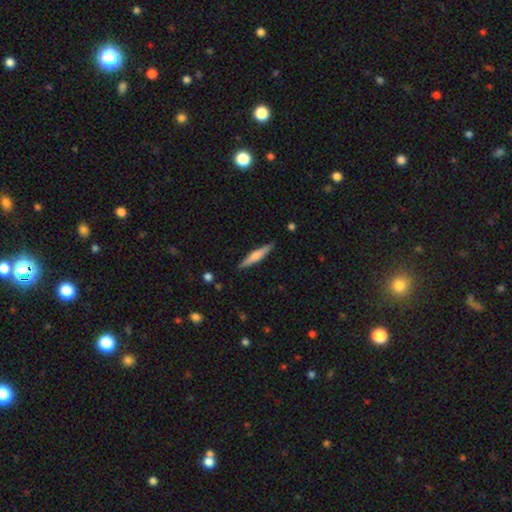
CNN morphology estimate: Smooth or featured? smooth (52%)
How rounded? cigar-shaped (90%)
Merging? none (89%)